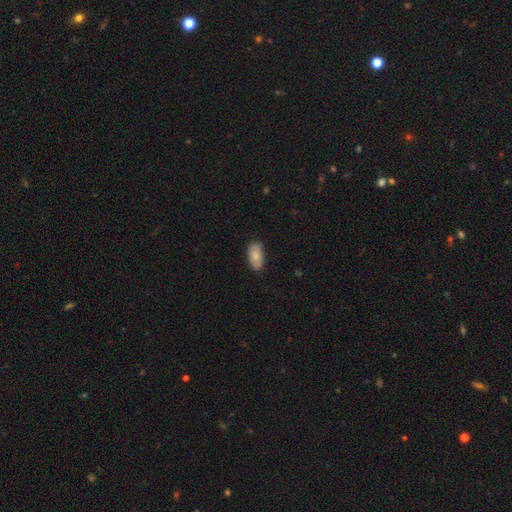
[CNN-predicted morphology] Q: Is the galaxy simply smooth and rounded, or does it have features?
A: smooth — 82%.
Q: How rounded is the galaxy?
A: in between — 93%.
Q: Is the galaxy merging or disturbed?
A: none — 82%.